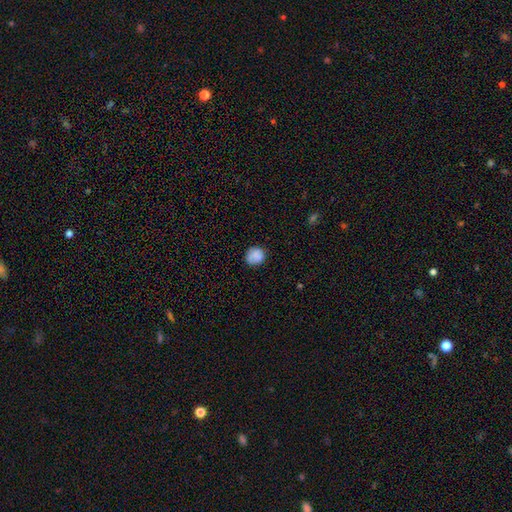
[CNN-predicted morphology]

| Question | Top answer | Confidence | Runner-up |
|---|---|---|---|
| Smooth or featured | smooth | 85% | star or artifact (9%) |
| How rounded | round | 83% | in between (16%) |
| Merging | none | 77% | minor disturbance (18%) |